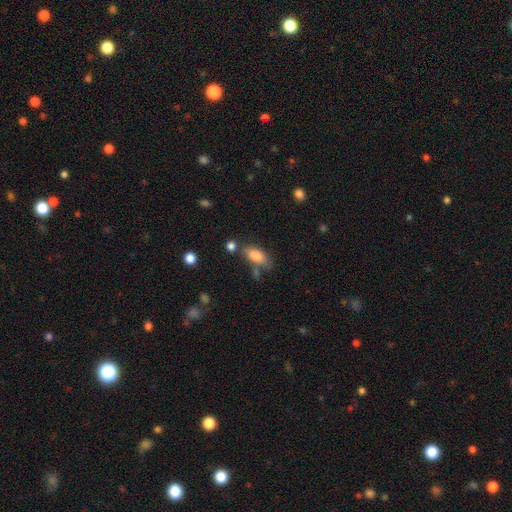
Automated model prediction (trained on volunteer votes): Smooth or featured: smooth — 83% (featured or disk — 10%)
How rounded: in between — 87% (cigar-shaped — 10%)
Merging: none — 60% (minor disturbance — 20%)